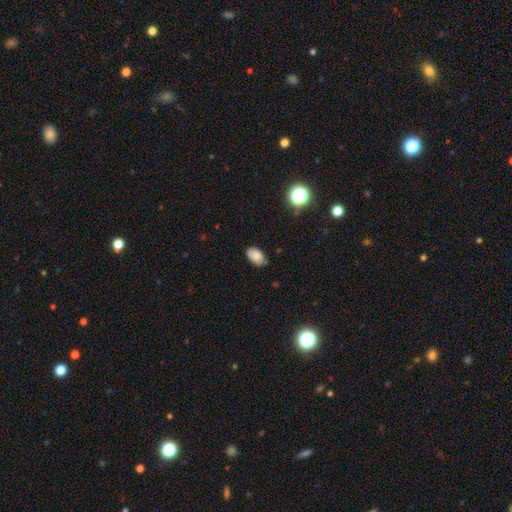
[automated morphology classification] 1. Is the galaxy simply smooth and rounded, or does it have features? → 80% smooth, 10% featured or disk, 9% star or artifact.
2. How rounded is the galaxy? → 92% in between, 7% round, 1% cigar-shaped.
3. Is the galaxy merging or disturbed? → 77% none, 19% minor disturbance, 3% major disturbance, 1% merger.